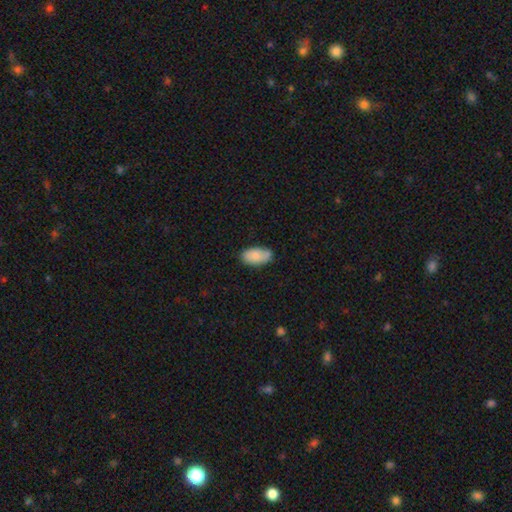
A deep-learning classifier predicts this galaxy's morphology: Smooth or featured?
  - smooth: 80% *
  - featured or disk: 14%
  - star or artifact: 7%
How rounded?
  - in between: 94% *
  - round: 3%
  - cigar-shaped: 3%
Merging?
  - none: 66% *
  - minor disturbance: 26%
  - major disturbance: 5%
  - merger: 4%